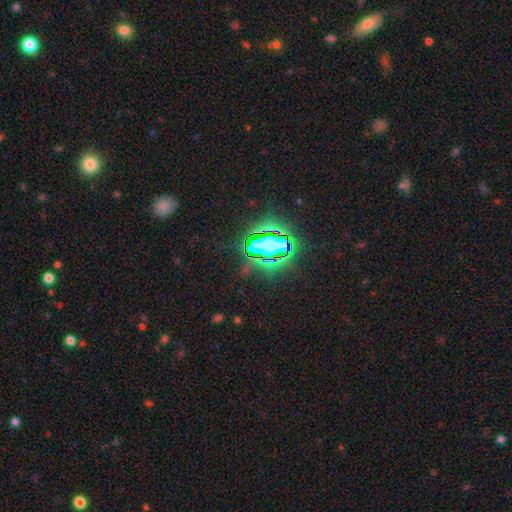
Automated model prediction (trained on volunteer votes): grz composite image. It shows a star or artifact, not a galaxy (83%).